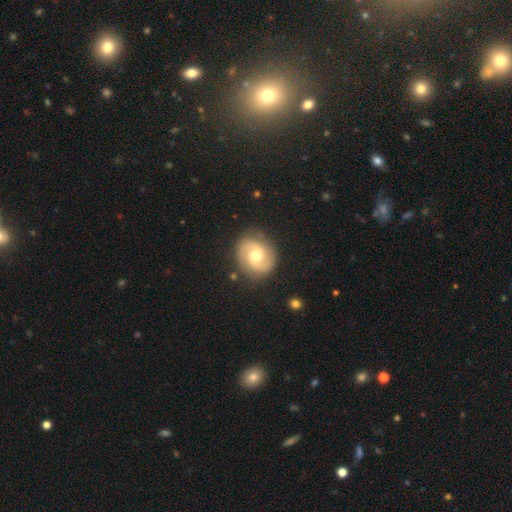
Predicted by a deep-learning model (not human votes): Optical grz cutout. It shows a featured or disk galaxy (77%) with no bar (56%), 2 (91%) medium (49%) spiral arms (93%) and a moderate central bulge (73%). Merging: none (85%).